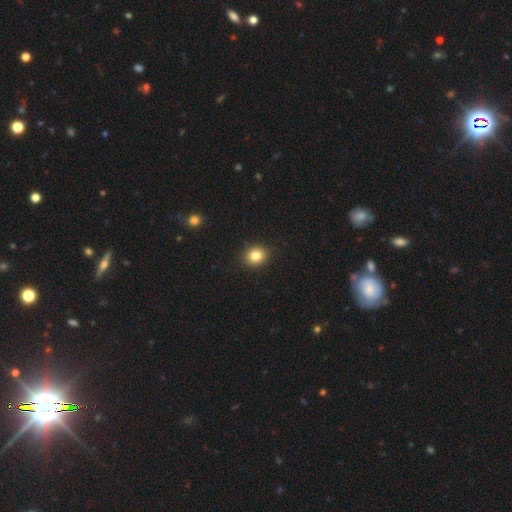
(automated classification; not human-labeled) Morphology: type=smooth (83%); roundness=round (75%); merging=none (91%).